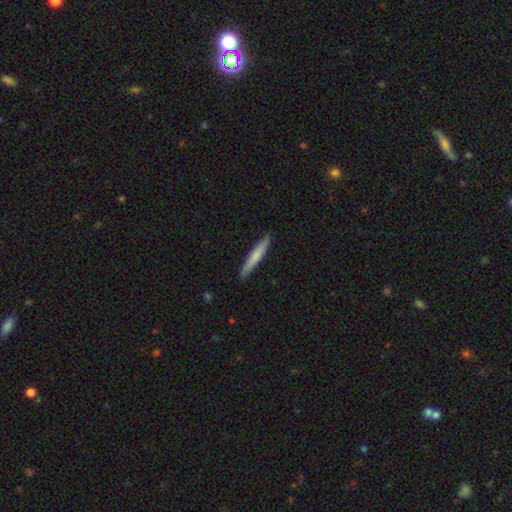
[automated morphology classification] Smooth or featured? Predicted: smooth (p=0.68). How rounded? Predicted: cigar-shaped (p=0.95). Merging? Predicted: none (p=0.90).